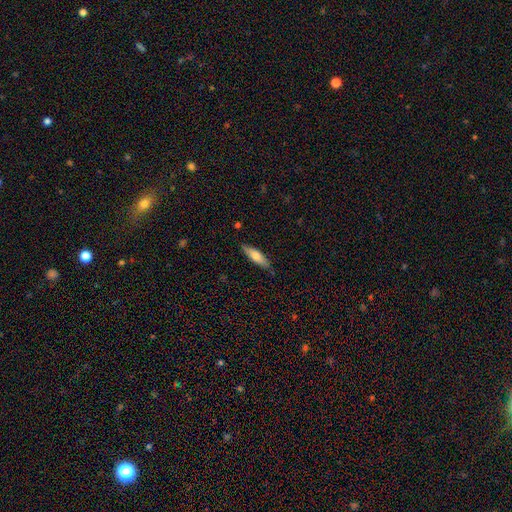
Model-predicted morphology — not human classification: Smooth or featured: smooth — 70% (featured or disk — 25%)
How rounded: cigar-shaped — 57% (in between — 41%)
Merging: none — 82% (minor disturbance — 14%)